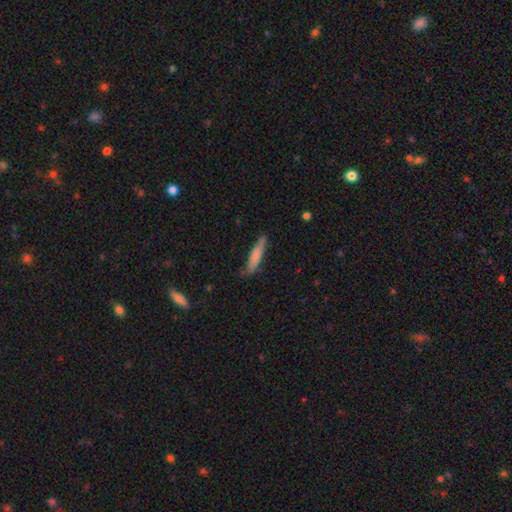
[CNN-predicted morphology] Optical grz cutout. It shows a smooth galaxy with no disk features (70%) that is cigar-shaped (87%). Merging: none (69%).